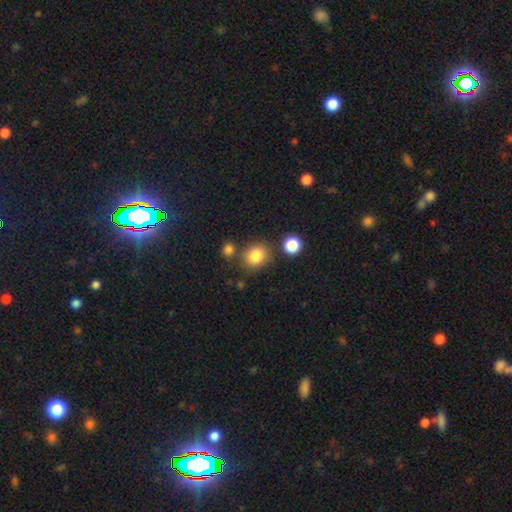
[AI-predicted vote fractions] Morphology: type=smooth (82%); roundness=round (76%); merging=none (74%).